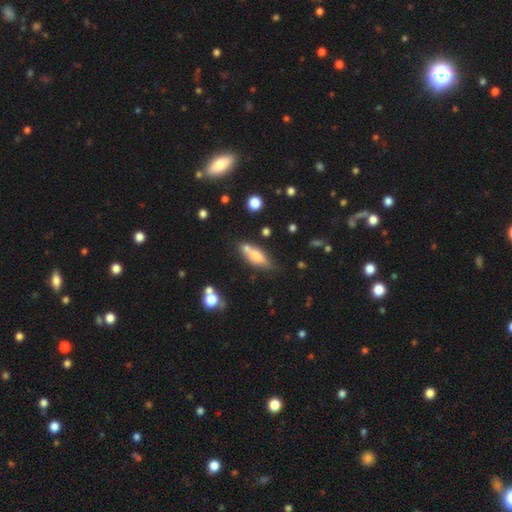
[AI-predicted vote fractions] This is likely a smooth galaxy (68%). How rounded: likely in between (65%). Merging: possibly none (53%).